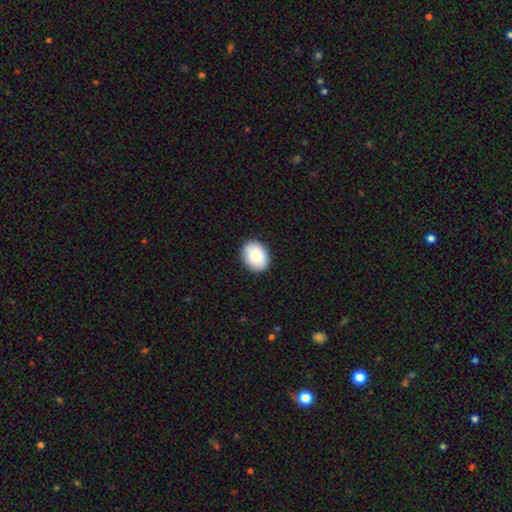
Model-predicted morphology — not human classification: type=smooth (89%); roundness=in between (61%); merging=none (88%).